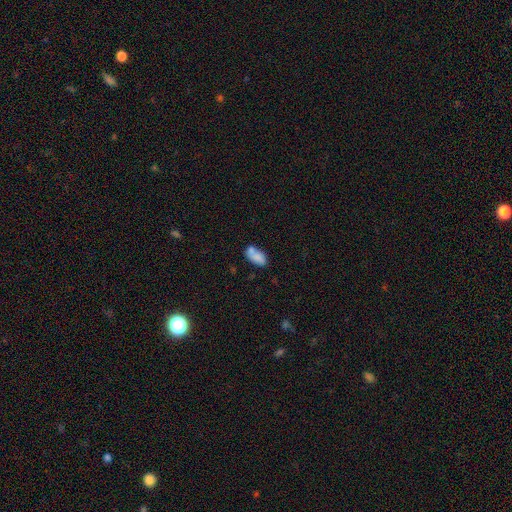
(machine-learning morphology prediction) A smooth galaxy with no disk features (76%) that is in between round and cigar-shaped (90%).

Vote fractions:
- Smooth or featured? smooth: 76% / featured or disk: 15% / star or artifact: 9%
- How rounded? in between: 90% / round: 5% / cigar-shaped: 4%
- Merging? none: 43% / merger: 35% / minor disturbance: 16% / major disturbance: 6%